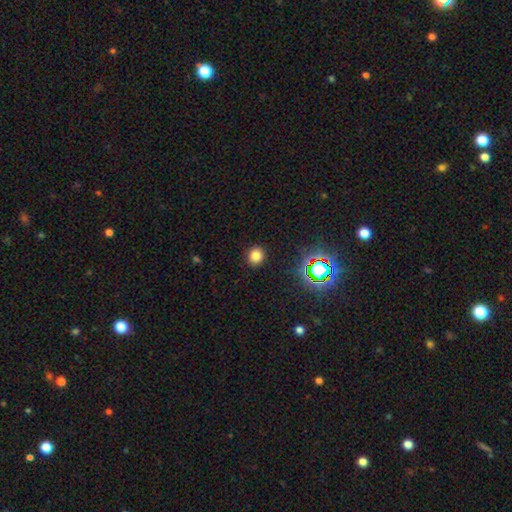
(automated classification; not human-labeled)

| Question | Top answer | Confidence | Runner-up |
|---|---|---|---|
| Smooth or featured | smooth | 78% | star or artifact (17%) |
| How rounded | round | 85% | in between (14%) |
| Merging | none | 91% | minor disturbance (6%) |